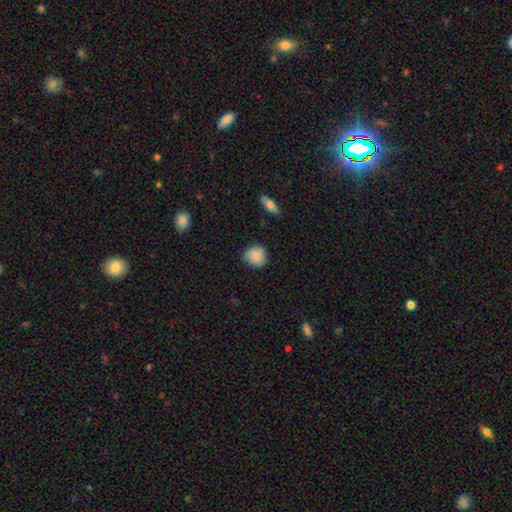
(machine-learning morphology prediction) type=smooth (83%); roundness=round (78%); merging=none (66%).